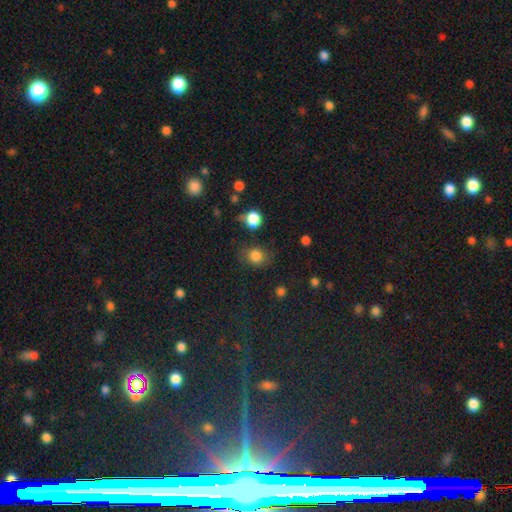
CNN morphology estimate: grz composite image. It shows a smooth galaxy with no disk features (81%) that is round (65%). Merging: none (71%).